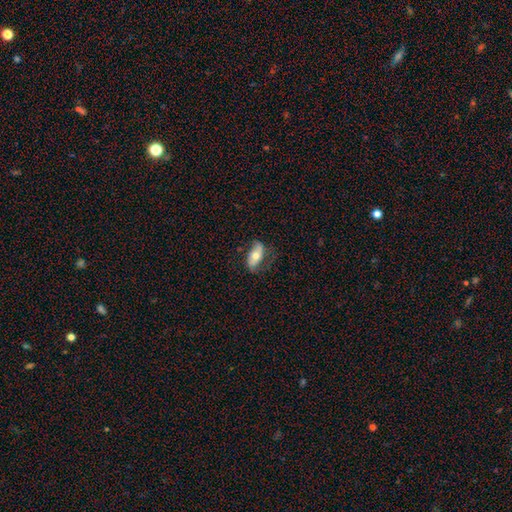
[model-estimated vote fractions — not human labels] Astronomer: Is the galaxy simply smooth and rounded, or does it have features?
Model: smooth — 53% (runner-up: featured or disk, 41%).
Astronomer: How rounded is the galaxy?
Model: in between — 85%.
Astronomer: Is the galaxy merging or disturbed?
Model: none — 60%.